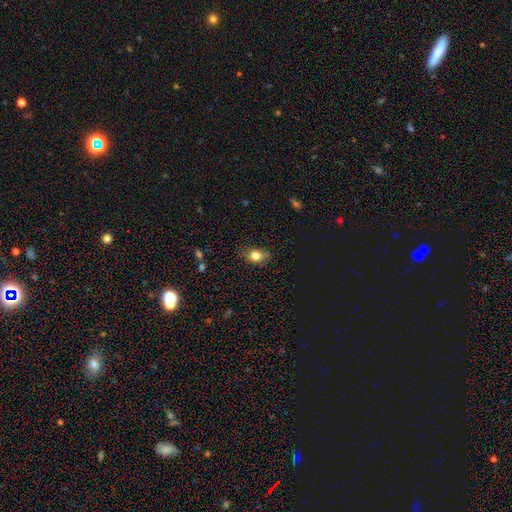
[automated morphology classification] type=smooth (80%); roundness=in between (72%); merging=none (76%).